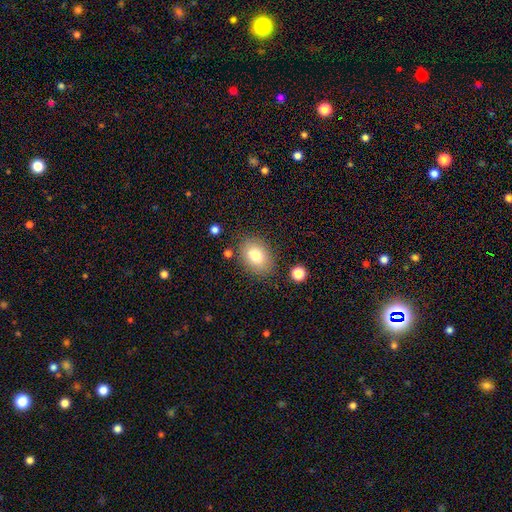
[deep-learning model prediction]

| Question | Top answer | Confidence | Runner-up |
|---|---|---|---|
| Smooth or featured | smooth | 79% | featured or disk (12%) |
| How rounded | in between | 72% | round (27%) |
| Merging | none | 81% | minor disturbance (13%) |